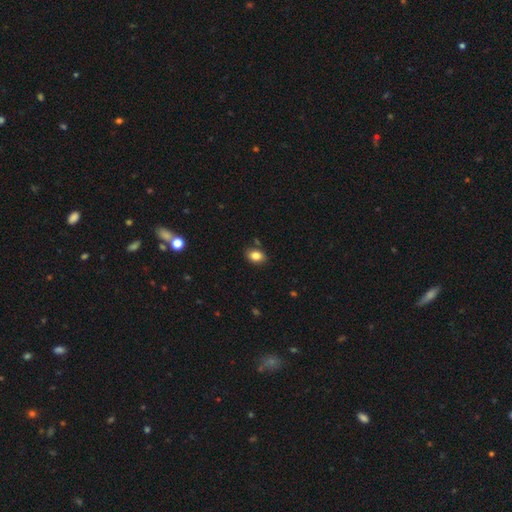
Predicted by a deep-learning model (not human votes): smooth-or-featured: smooth: 85% | star or artifact: 9% | featured or disk: 6%
  how-rounded: in between: 78% | round: 21% | cigar-shaped: 1%
  merging: none: 83% | minor disturbance: 12% | merger: 3% | major disturbance: 2%